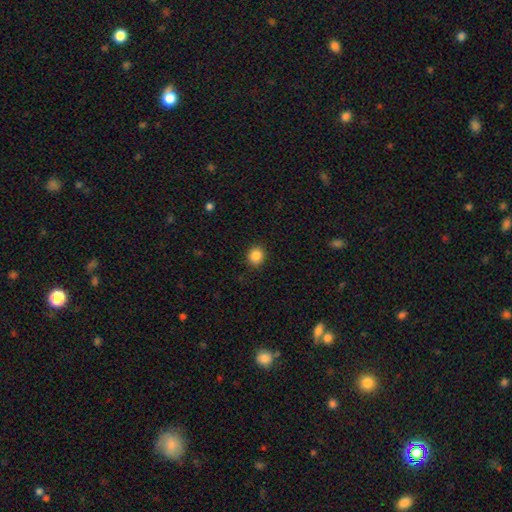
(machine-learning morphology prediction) smooth 87%, star or artifact 10%, featured or disk 3%. Down the decision tree: how rounded — round (79%); merging — none (90%).